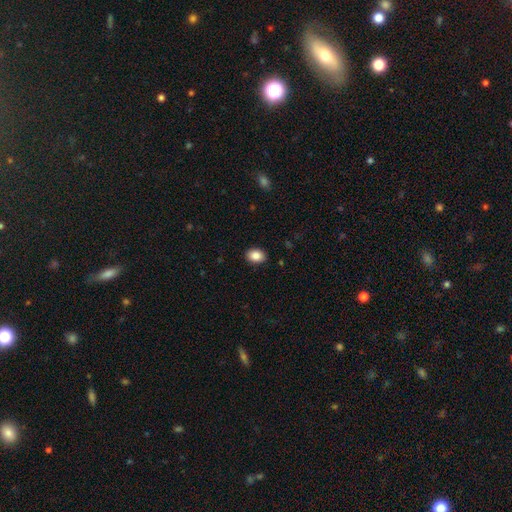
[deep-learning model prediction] Morphology: type=smooth (87%); roundness=in between (78%); merging=none (89%).